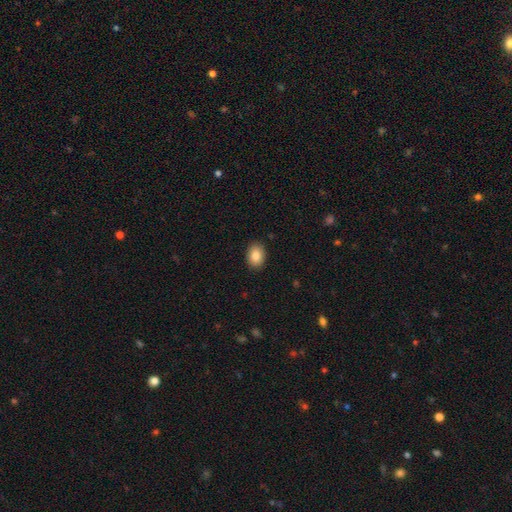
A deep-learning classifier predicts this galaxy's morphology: smooth-or-featured: smooth: 86% | star or artifact: 8% | featured or disk: 6%
  how-rounded: in between: 77% | round: 22% | cigar-shaped: 1%
  merging: none: 90% | minor disturbance: 8% | major disturbance: 2% | merger: 1%